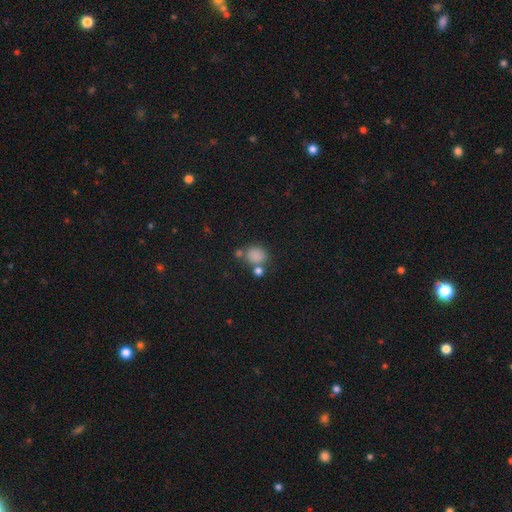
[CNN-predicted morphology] Smooth or featured: smooth — 81% (star or artifact — 13%)
How rounded: round — 67% (in between — 32%)
Merging: none — 60% (merger — 21%)